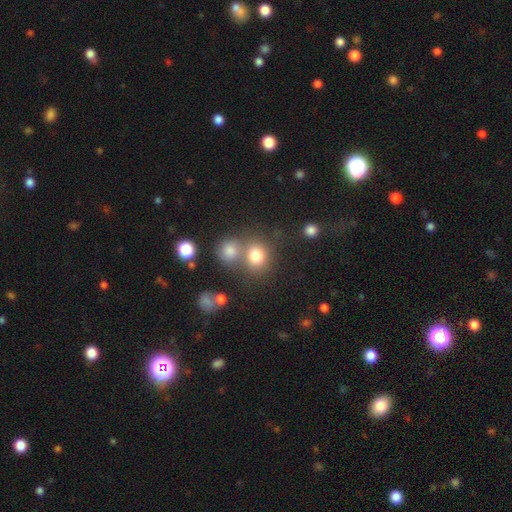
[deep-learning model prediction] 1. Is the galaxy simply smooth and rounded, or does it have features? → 78% smooth, 14% star or artifact, 9% featured or disk.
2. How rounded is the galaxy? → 78% round, 21% in between, 1% cigar-shaped.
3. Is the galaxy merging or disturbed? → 51% none, 35% merger, 9% minor disturbance, 5% major disturbance.